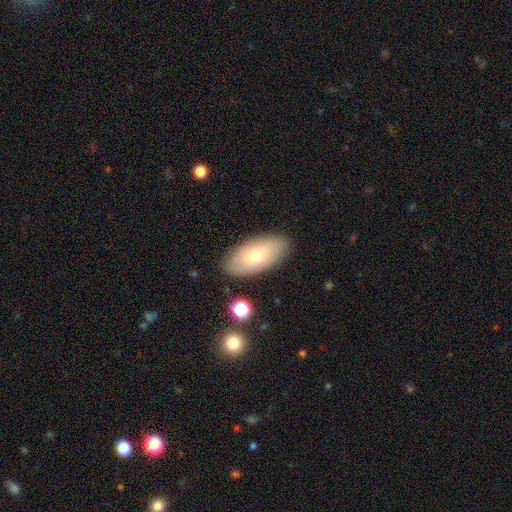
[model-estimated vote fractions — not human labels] Overall: smooth (67%). How rounded: in between (92%). Merging: none (86%).